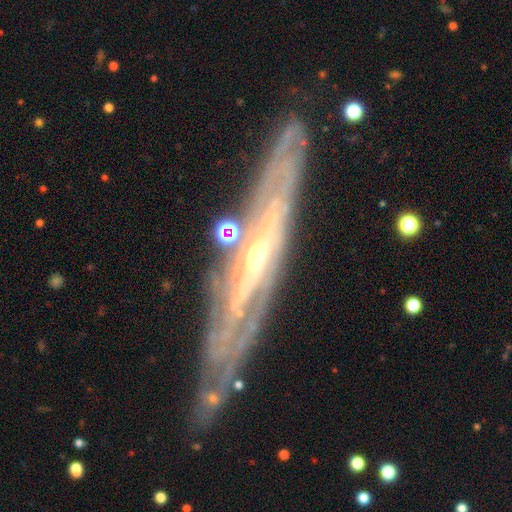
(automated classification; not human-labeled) This is clearly a featured or disk galaxy (84%). It is possibly viewed edge-on (57%). Merging: likely none (78%).